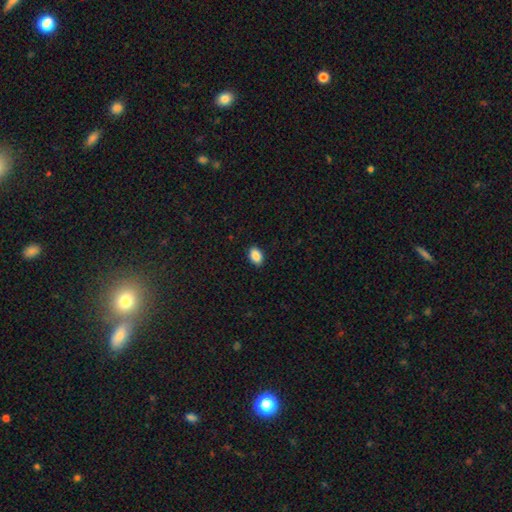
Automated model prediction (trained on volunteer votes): This appears to be a smooth galaxy with no disk features (88%) that is in between round and cigar-shaped (87%). Merging: none (90%).